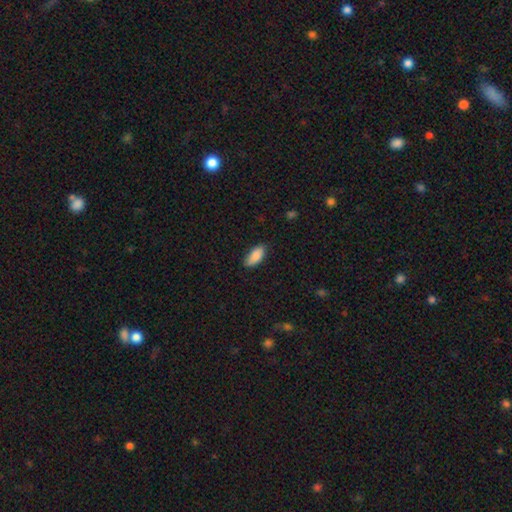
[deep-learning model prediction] The model was most divided on "merging": none: 79%, minor disturbance: 17%, major disturbance: 3%, merger: 1%. More confident: how rounded — in between (88%); smooth or featured — smooth (88%).